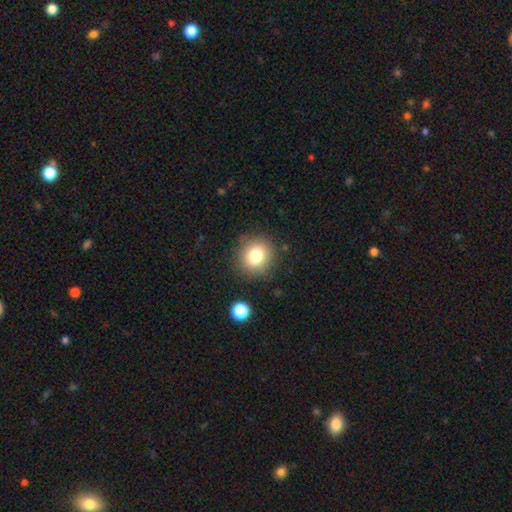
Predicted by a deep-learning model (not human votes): Smooth or featured?
  - smooth: 79% *
  - star or artifact: 12%
  - featured or disk: 9%
How rounded?
  - round: 86% *
  - in between: 13%
  - cigar-shaped: 1%
Merging?
  - none: 85% *
  - minor disturbance: 10%
  - major disturbance: 3%
  - merger: 2%